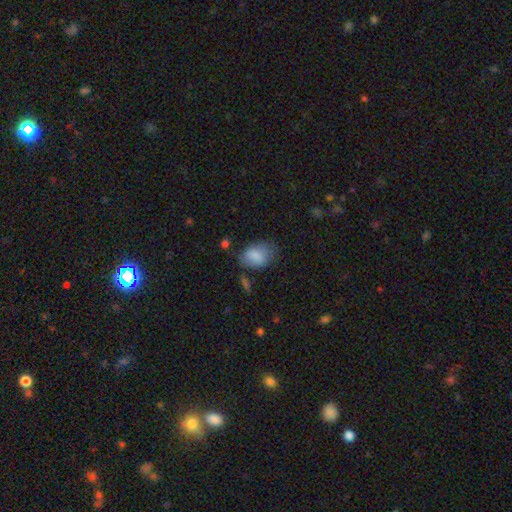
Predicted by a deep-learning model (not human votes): Smooth or featured: smooth — 82% (featured or disk — 10%)
How rounded: in between — 77% (round — 22%)
Merging: none — 59% (minor disturbance — 28%)